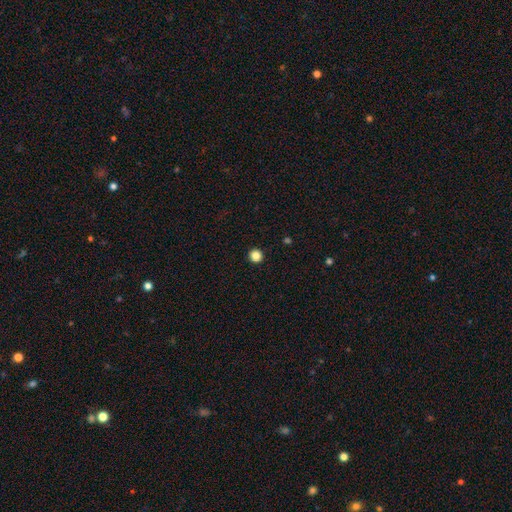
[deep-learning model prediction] A smooth galaxy with no disk features (85%) that is round (96%). Merging: none (94%).